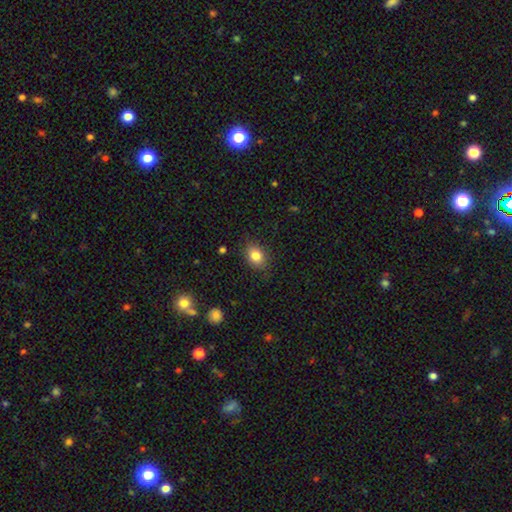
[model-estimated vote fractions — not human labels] Smooth or featured: smooth — 82% (star or artifact — 10%)
How rounded: in between — 63% (round — 36%)
Merging: none — 82% (minor disturbance — 13%)